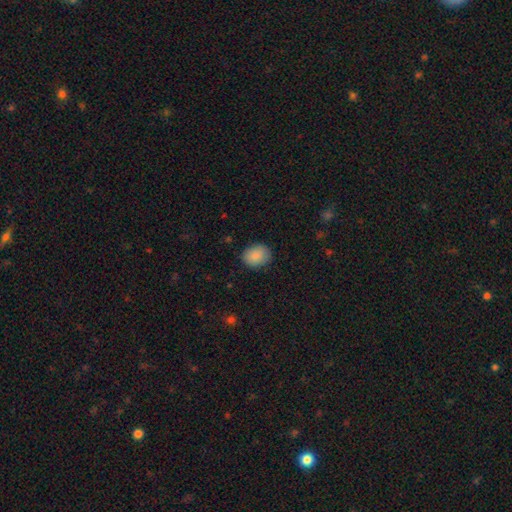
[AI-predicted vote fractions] This appears to be a smooth galaxy with no disk features (89%) that is in between round and cigar-shaped (50%). Merging: none (86%).